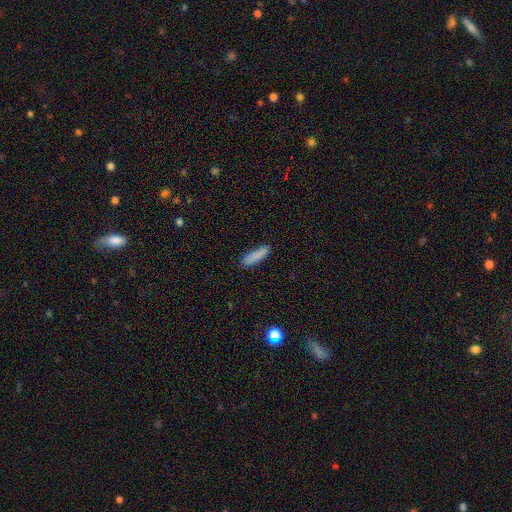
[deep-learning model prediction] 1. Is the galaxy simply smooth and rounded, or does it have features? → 87% smooth, 7% star or artifact, 6% featured or disk.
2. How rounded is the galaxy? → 71% cigar-shaped, 27% in between, 1% round.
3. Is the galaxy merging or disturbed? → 86% none, 11% minor disturbance, 2% major disturbance, 1% merger.